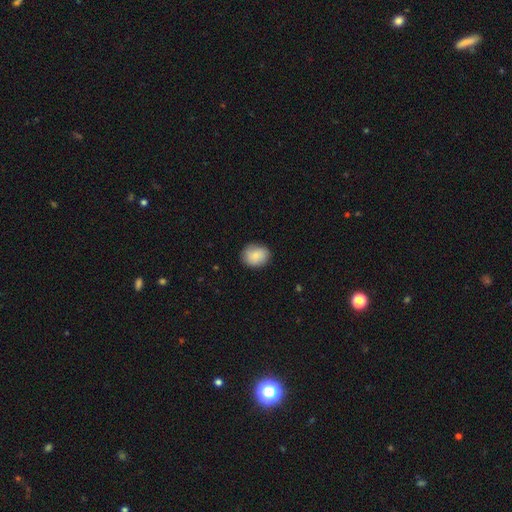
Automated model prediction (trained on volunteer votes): This is clearly a smooth galaxy (83%). How rounded: possibly round (59%). Merging: clearly none (82%).